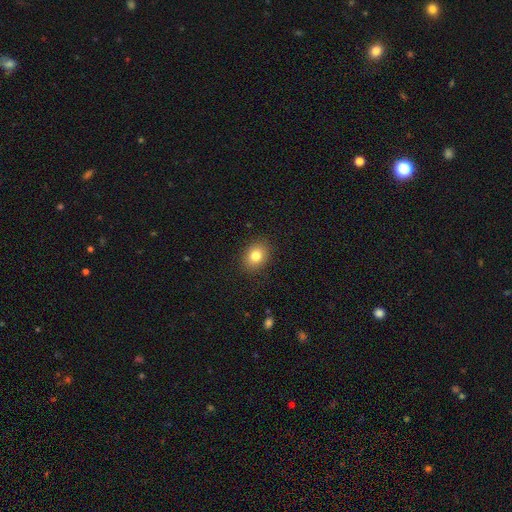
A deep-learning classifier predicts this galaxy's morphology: Q: Smooth or featured?
A: smooth (81%); runner-up: star or artifact (10%)
Q: How rounded?
A: in between (51%); runner-up: round (48%)
Q: Merging?
A: none (89%); runner-up: minor disturbance (8%)